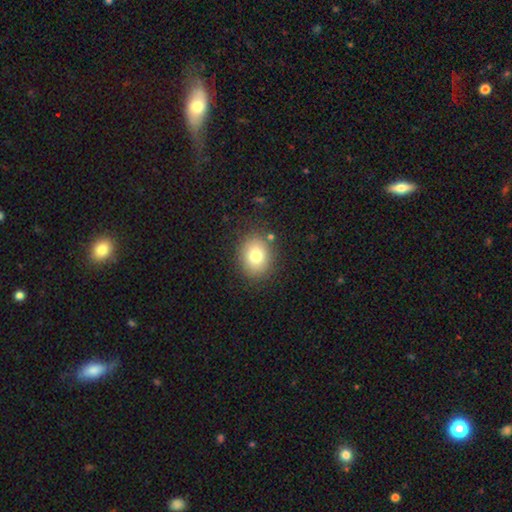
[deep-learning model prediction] smooth 78%, featured or disk 11%, star or artifact 11%. Down the decision tree: how rounded — round (57%); merging — none (86%).